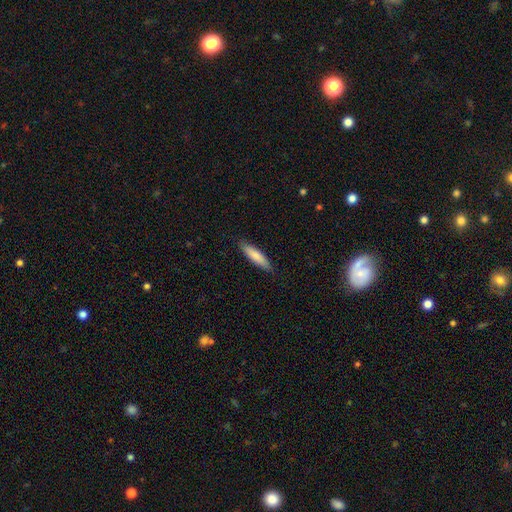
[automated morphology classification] Q: Smooth or featured?
A: smooth (81%); runner-up: featured or disk (14%)
Q: How rounded?
A: cigar-shaped (75%); runner-up: in between (24%)
Q: Merging?
A: none (88%); runner-up: minor disturbance (9%)